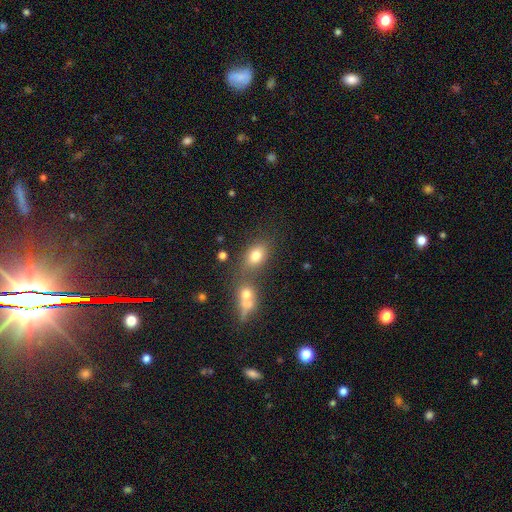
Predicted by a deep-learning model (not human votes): Smooth or featured: smooth — 76% (star or artifact — 13%)
How rounded: in between — 70% (round — 28%)
Merging: none — 54% (merger — 29%)